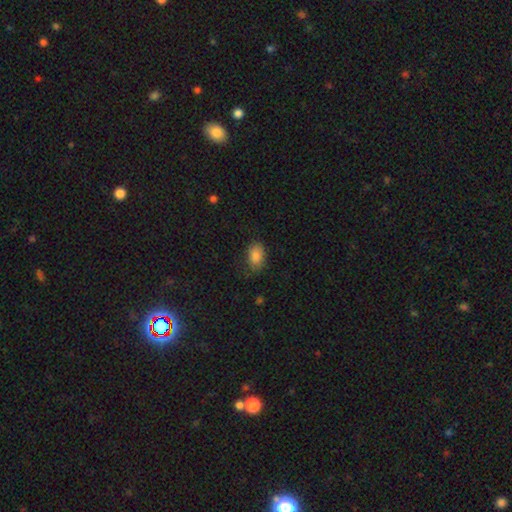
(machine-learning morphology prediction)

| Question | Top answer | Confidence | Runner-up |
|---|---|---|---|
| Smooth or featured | smooth | 86% | star or artifact (8%) |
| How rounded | in between | 86% | round (13%) |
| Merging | none | 74% | minor disturbance (20%) |